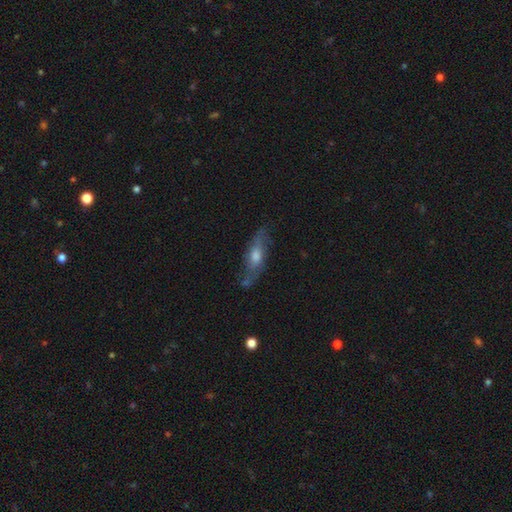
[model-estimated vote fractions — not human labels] featured or disk 57%, smooth 35%, star or artifact 8%. Down the decision tree: edge-on disk — no (58%); merging — none (66%).